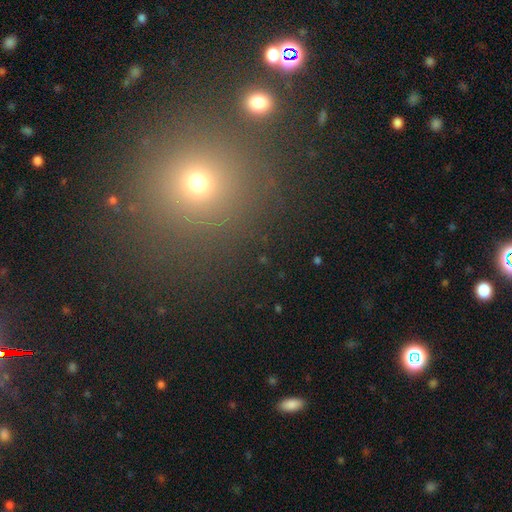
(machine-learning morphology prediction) A smooth galaxy with no disk features (51%) that is round (93%).

Vote fractions:
- Smooth or featured? smooth: 51% / star or artifact: 41% / featured or disk: 8%
- How rounded? round: 93% / in between: 6% / cigar-shaped: 1%
- Merging? none: 88% / minor disturbance: 6% / major disturbance: 3% / merger: 3%